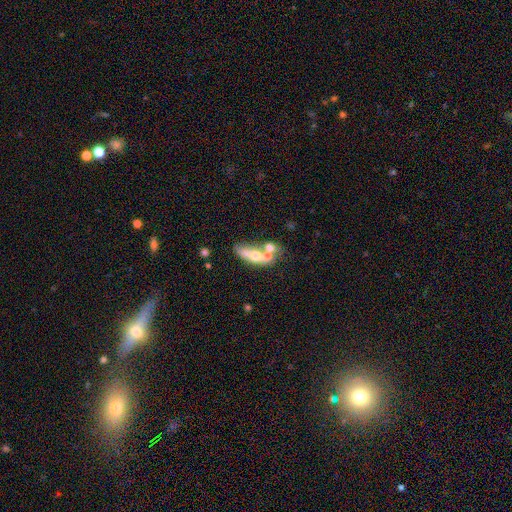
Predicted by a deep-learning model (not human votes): This is possibly a smooth galaxy (48%). Merging: possibly merger (53%).